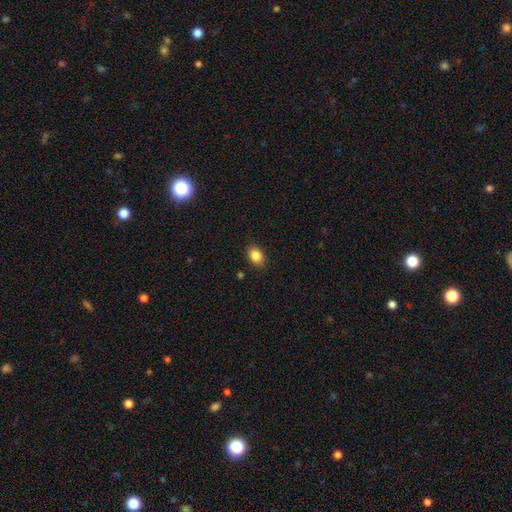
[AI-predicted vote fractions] Smooth or featured? Predicted: smooth (p=0.85). How rounded? Predicted: in between (p=0.65). Merging? Predicted: none (p=0.87).